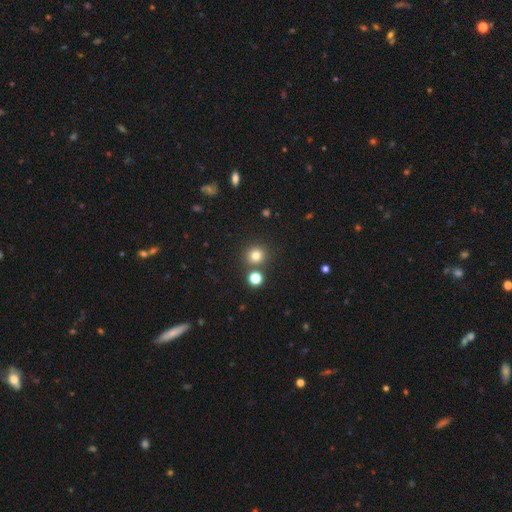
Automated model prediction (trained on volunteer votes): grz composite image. It shows a smooth galaxy with no disk features (78%) that is round (91%). Merging: none (82%).